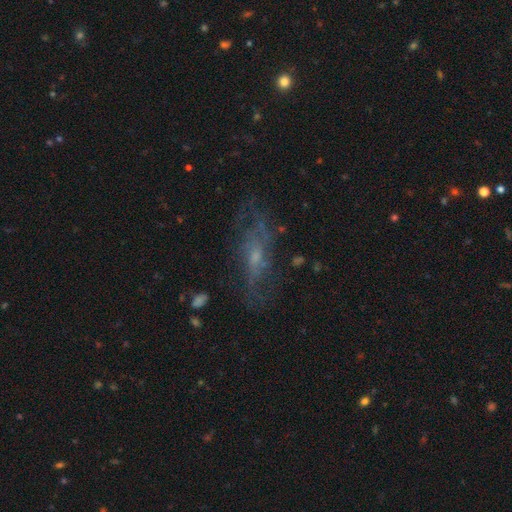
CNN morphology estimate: featured or disk 62%, smooth 23%, star or artifact 15%. Down the decision tree: edge-on disk — no (77%); merging — none (66%).